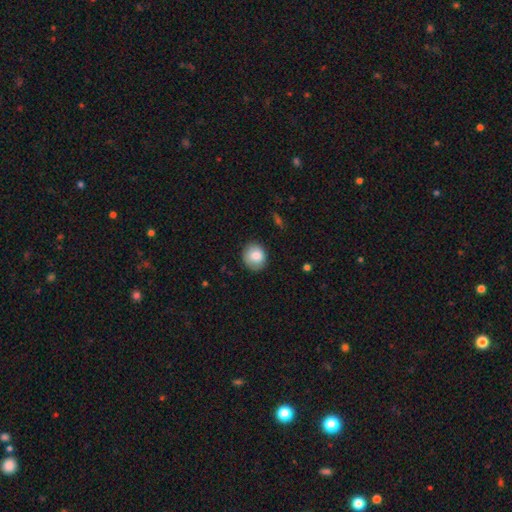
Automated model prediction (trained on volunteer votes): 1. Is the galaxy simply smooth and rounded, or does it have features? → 84% smooth, 8% featured or disk, 8% star or artifact.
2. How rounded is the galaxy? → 79% round, 20% in between, 1% cigar-shaped.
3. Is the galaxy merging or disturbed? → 82% none, 14% minor disturbance, 3% major disturbance, 1% merger.